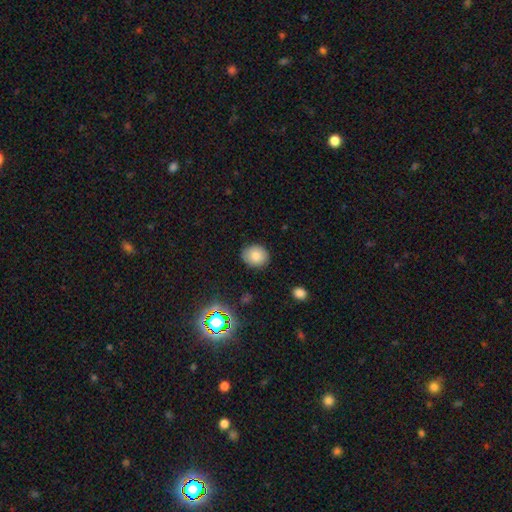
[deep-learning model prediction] Smooth or featured? smooth (82%)
How rounded? round (60%)
Merging? none (85%)